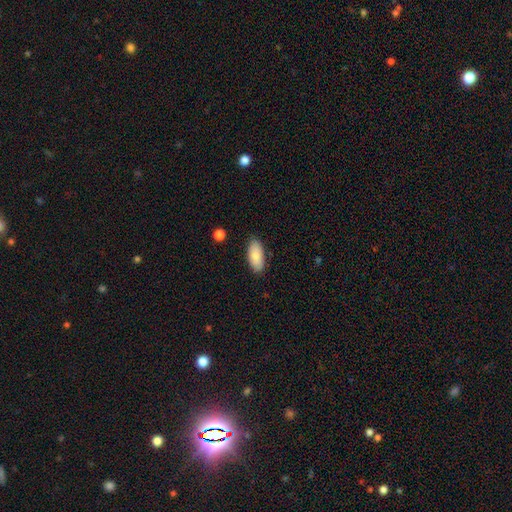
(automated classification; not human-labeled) Smooth or featured: smooth — 85% (featured or disk — 9%)
How rounded: in between — 88% (cigar-shaped — 10%)
Merging: none — 85% (minor disturbance — 11%)